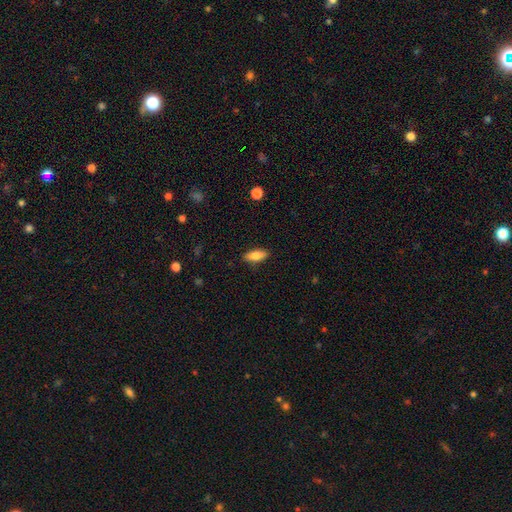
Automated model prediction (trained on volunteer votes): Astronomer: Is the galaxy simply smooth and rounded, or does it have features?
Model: smooth — 81%.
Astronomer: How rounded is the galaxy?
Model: in between — 78%.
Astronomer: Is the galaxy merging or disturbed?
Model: none — 88%.